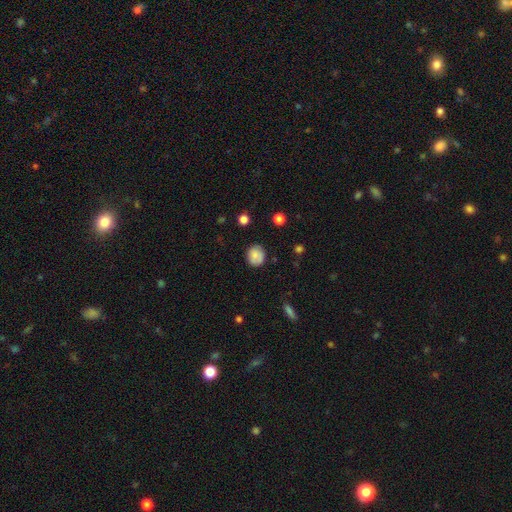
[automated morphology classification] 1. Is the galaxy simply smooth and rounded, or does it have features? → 75% smooth, 16% featured or disk, 9% star or artifact.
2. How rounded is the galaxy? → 78% round, 21% in between, 1% cigar-shaped.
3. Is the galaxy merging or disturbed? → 75% none, 18% minor disturbance, 4% major disturbance, 3% merger.